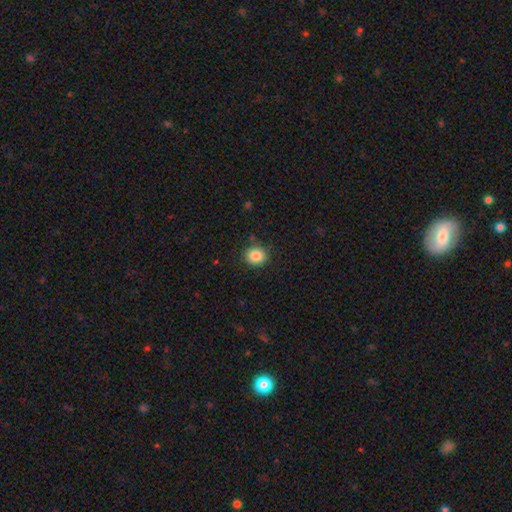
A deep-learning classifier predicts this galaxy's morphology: Smooth or featured? Predicted: smooth (p=0.86). How rounded? Predicted: round (p=0.74). Merging? Predicted: none (p=0.86).